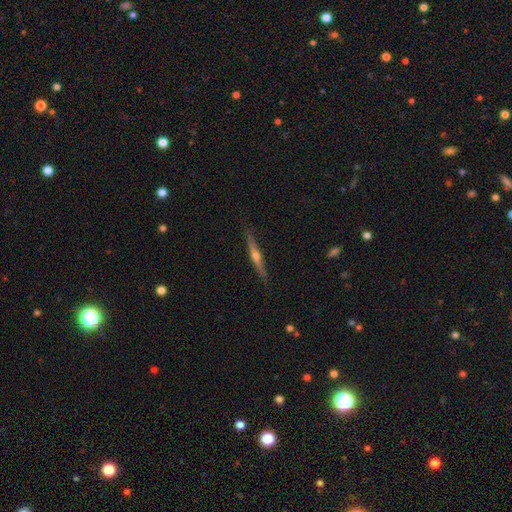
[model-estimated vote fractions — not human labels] Overall: featured or disk (74%). Edge-on disk: yes (98%). Edge-on bulge: rounded (90%). Merging: none (88%).